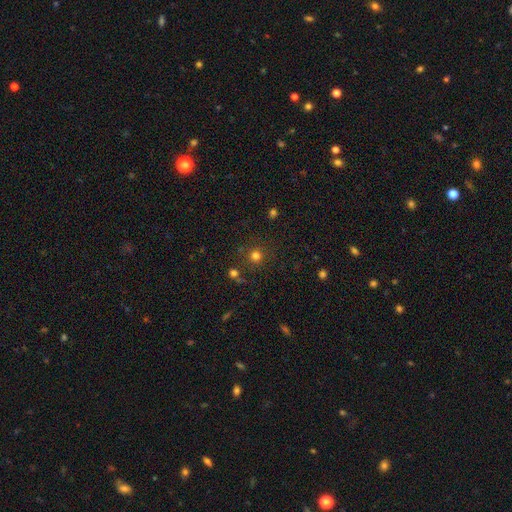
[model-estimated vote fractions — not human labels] A smooth galaxy with no disk features (76%) that is round (94%).

Vote fractions:
- Smooth or featured? smooth: 76% / star or artifact: 18% / featured or disk: 6%
- How rounded? round: 94% / in between: 5% / cigar-shaped: 1%
- Merging? none: 82% / minor disturbance: 8% / merger: 7% / major disturbance: 4%